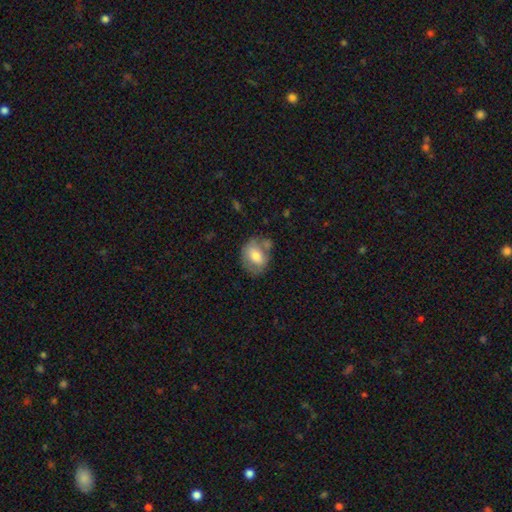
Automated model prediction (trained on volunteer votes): The model was most divided on "how rounded": in between: 60%, round: 38%, cigar-shaped: 1%. More confident: smooth or featured — smooth (67%); merging — none (57%).